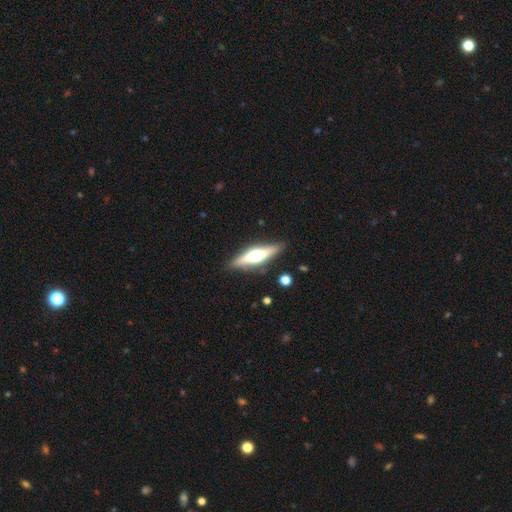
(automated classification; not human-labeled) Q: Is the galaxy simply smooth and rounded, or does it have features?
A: featured or disk — 63%.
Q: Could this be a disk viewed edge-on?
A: yes — 95%.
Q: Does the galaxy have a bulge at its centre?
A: rounded — 92%.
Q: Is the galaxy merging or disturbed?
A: none — 87%.